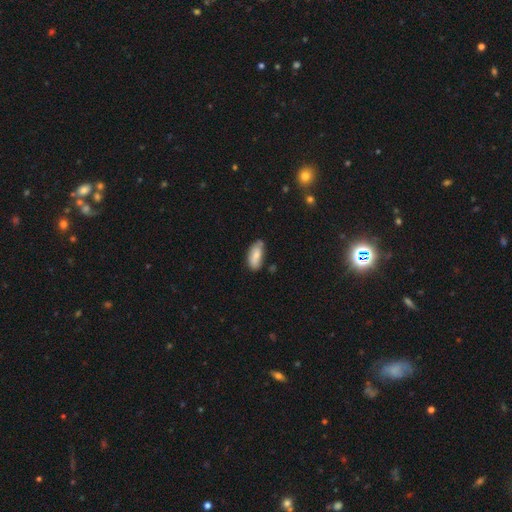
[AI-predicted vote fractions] smooth-or-featured: smooth: 77% | featured or disk: 16% | star or artifact: 7%
  how-rounded: in between: 86% | cigar-shaped: 11% | round: 2%
  merging: none: 61% | minor disturbance: 29% | major disturbance: 5% | merger: 4%